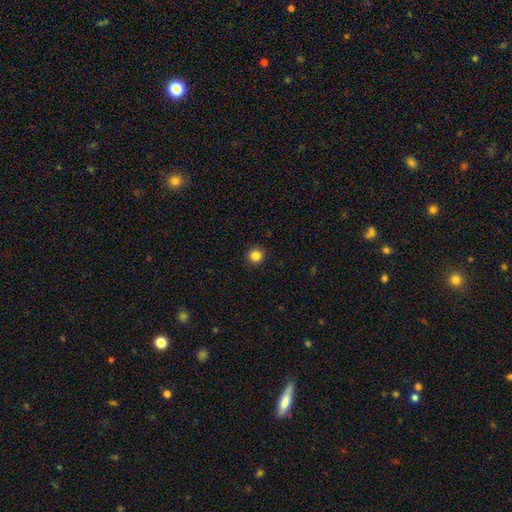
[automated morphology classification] The model was most divided on "smooth or featured": smooth: 85%, star or artifact: 11%, featured or disk: 4%. More confident: how rounded — round (93%); merging — none (92%).